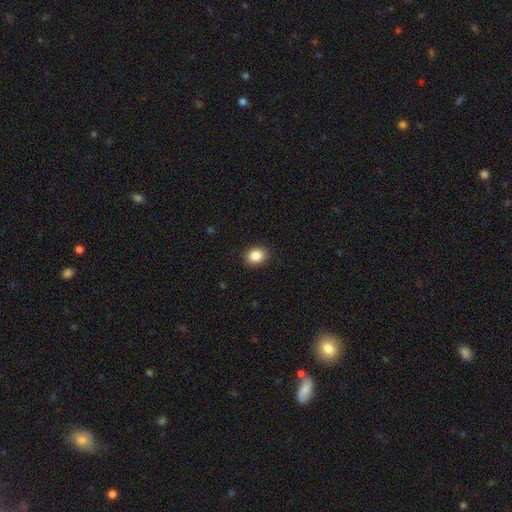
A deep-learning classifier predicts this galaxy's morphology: Smooth or featured: smooth — 87% (star or artifact — 9%)
How rounded: round — 58% (in between — 41%)
Merging: none — 89% (minor disturbance — 8%)